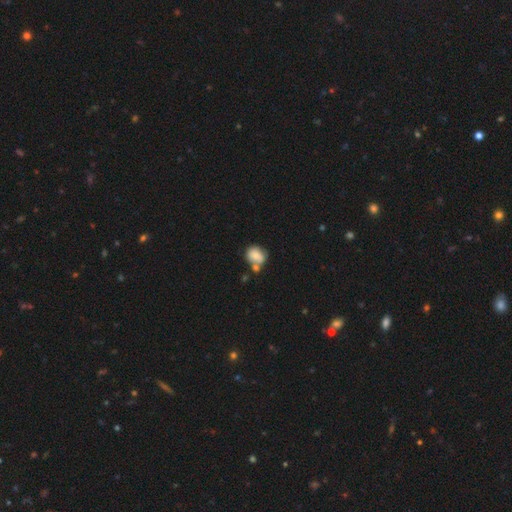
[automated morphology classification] Smooth or featured? smooth (74%)
How rounded? round (64%)
Merging? none (41%)